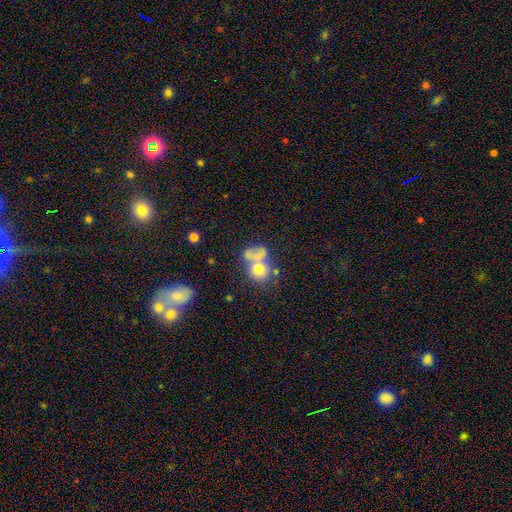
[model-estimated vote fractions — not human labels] Smooth or featured: smooth — 64% (featured or disk — 25%)
How rounded: round — 54% (in between — 44%)
Merging: merger — 54% (none — 24%)